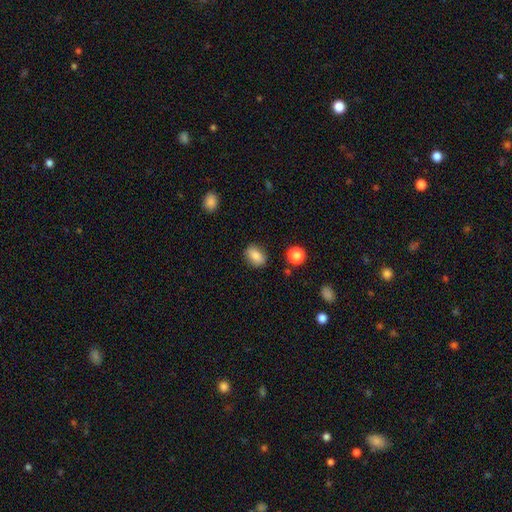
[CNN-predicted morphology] This is clearly a smooth galaxy (83%). How rounded: likely in between (77%). Merging: clearly none (83%).